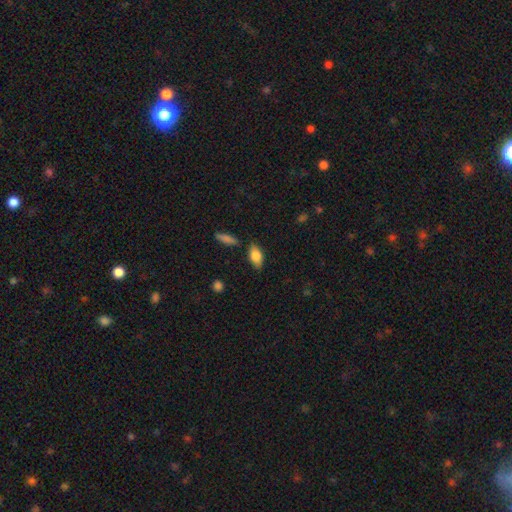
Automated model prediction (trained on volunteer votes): Overall: smooth (80%). How rounded: in between (88%). Merging: none (80%).